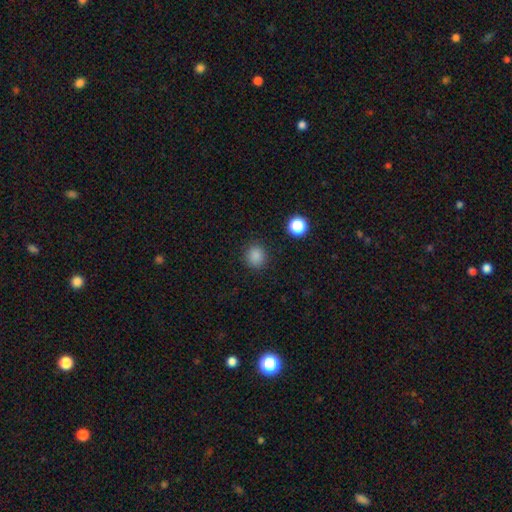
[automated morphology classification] Q: Smooth or featured?
A: smooth (84%); runner-up: star or artifact (12%)
Q: How rounded?
A: round (86%); runner-up: in between (13%)
Q: Merging?
A: none (88%); runner-up: minor disturbance (8%)